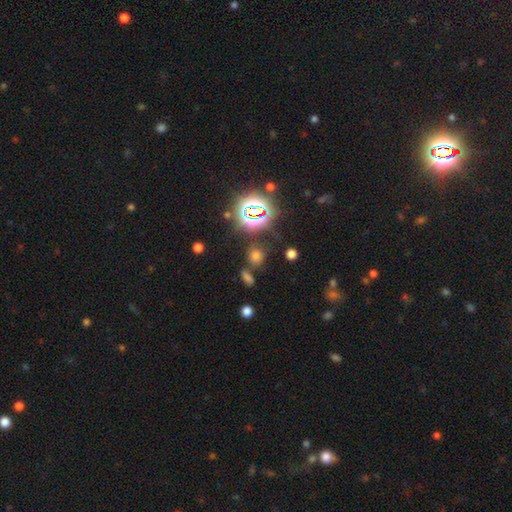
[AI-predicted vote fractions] This appears to be a smooth galaxy with no disk features (57%) that is round (70%). Merging: none (71%).